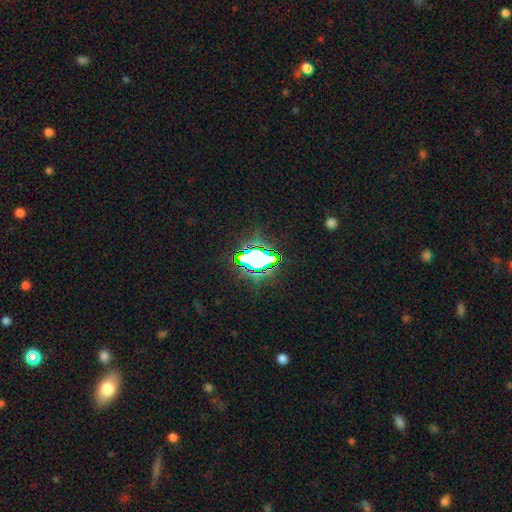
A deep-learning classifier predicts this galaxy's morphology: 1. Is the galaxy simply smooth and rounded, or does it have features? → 62% star or artifact, 24% smooth, 14% featured or disk.